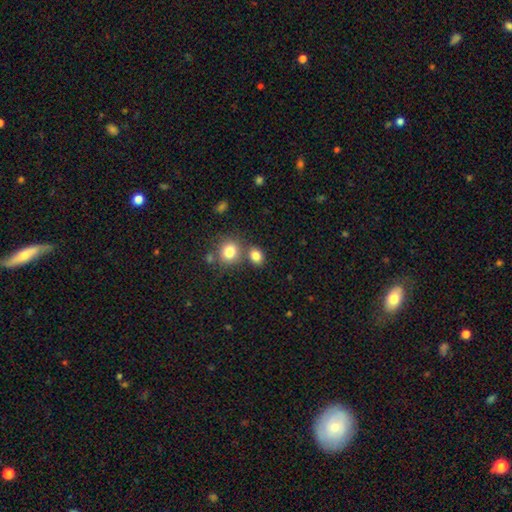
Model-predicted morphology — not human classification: Smooth or featured: smooth — 82% (star or artifact — 11%)
How rounded: round — 50% (in between — 48%)
Merging: none — 62% (merger — 24%)